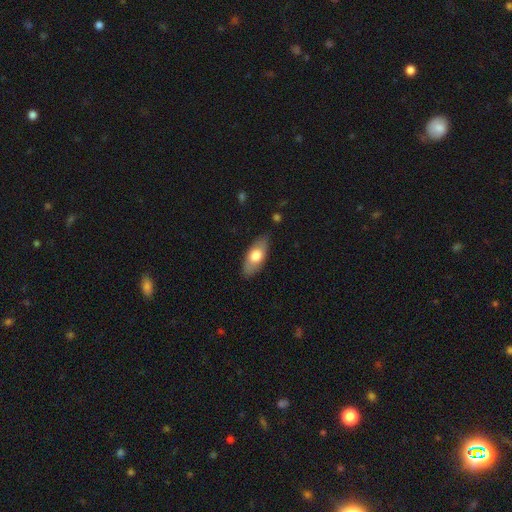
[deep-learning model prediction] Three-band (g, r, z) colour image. It shows a smooth galaxy with no disk features (68%) that is in between round and cigar-shaped (84%). Merging: none (83%).